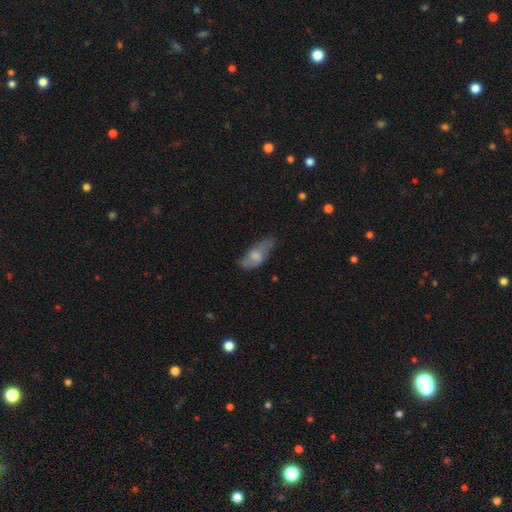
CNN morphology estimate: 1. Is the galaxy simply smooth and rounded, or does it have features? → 59% smooth, 34% featured or disk, 7% star or artifact.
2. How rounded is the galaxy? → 85% in between, 13% cigar-shaped, 3% round.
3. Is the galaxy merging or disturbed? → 50% none, 34% minor disturbance, 13% major disturbance, 3% merger.